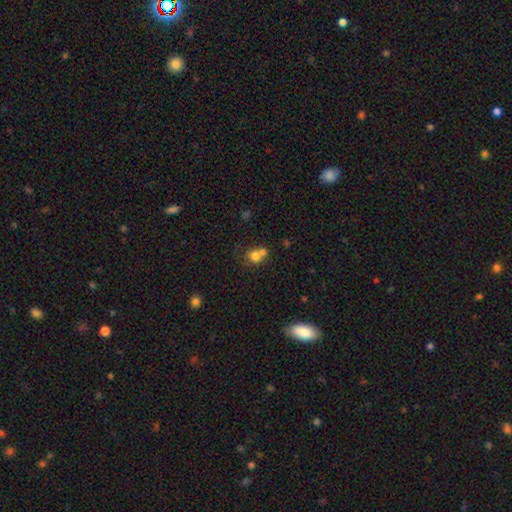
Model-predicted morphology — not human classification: A smooth galaxy with no disk features (75%) that is round (74%).

Vote fractions:
- Smooth or featured? smooth: 75% / featured or disk: 13% / star or artifact: 12%
- How rounded? round: 74% / in between: 25% / cigar-shaped: 1%
- Merging? merger: 53% / none: 35% / minor disturbance: 9% / major disturbance: 4%